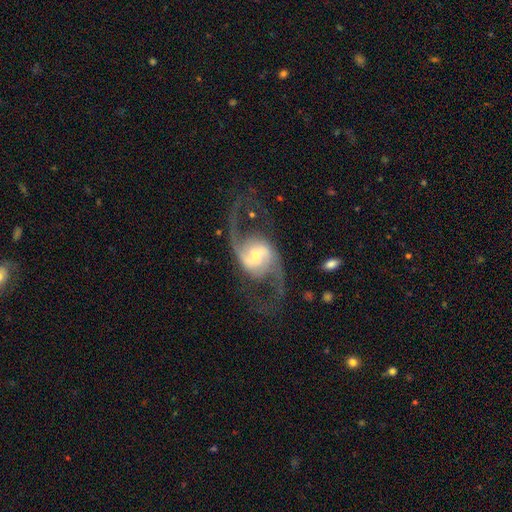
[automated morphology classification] Smooth or featured? featured or disk (90%)
Edge-on disk? no (97%)
Bar? weak (44%)
Spiral arms? yes (97%)
Spiral winding? loose (68%)
Spiral arm count? 2 (94%)
Bulge size? moderate (49%)
Merging? none (69%)